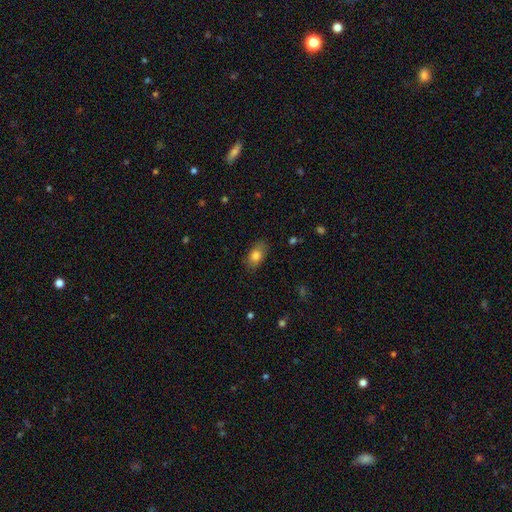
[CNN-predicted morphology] A smooth galaxy with no disk features (81%) that is in between round and cigar-shaped (87%). Merging: none (82%).